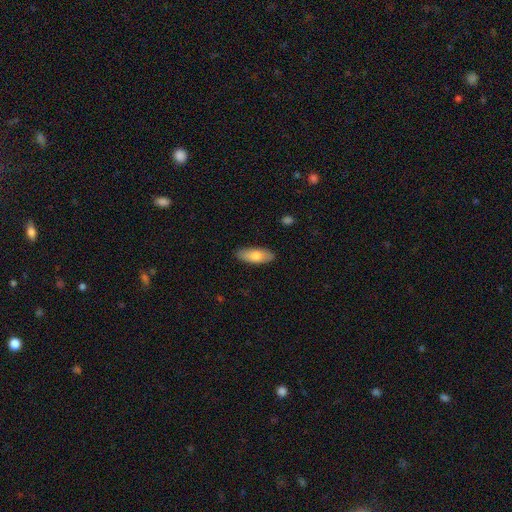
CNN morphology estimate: smooth_or_featured: smooth (p=0.75) [alt: featured or disk p=0.19]
how_rounded: in between (p=0.76) [alt: cigar-shaped p=0.22]
merging: none (p=0.86) [alt: minor disturbance p=0.11]